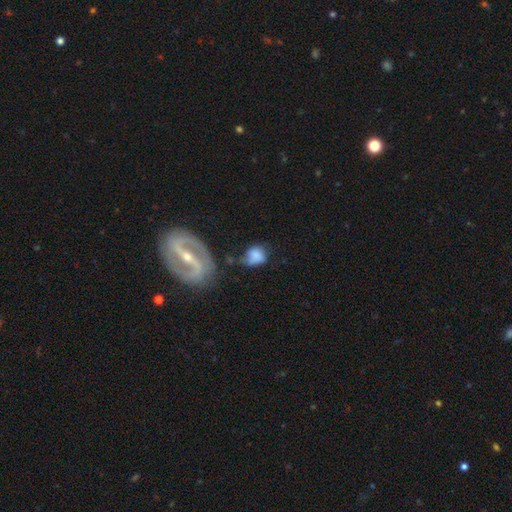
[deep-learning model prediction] Smooth or featured? Predicted: smooth (p=0.59). How rounded? Predicted: round (p=0.51). Merging? Predicted: none (p=0.35).